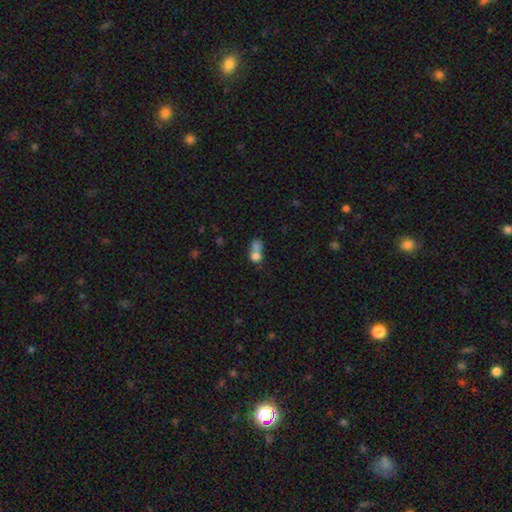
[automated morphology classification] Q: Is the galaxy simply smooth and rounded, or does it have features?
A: smooth — 73%.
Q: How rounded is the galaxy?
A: round — 64%.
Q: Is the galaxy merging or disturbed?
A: merger — 65%.